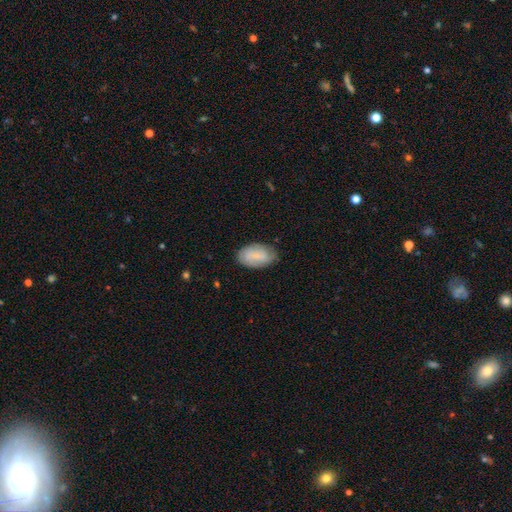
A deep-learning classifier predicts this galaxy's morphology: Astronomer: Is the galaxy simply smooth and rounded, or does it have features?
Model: smooth — 67%.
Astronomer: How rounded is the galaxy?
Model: in between — 94%.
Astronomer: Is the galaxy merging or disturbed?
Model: none — 78%.